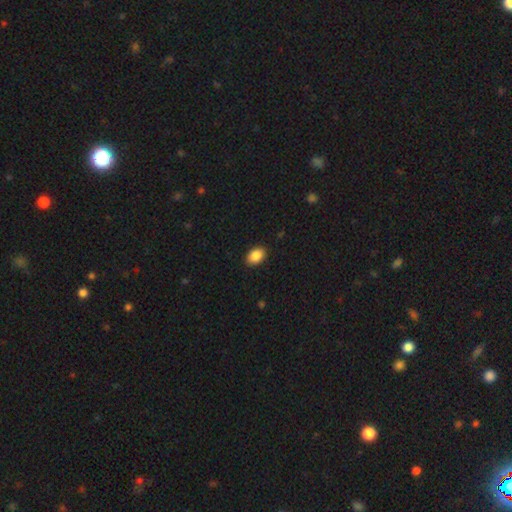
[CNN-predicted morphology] smooth 89%, star or artifact 8%, featured or disk 4%. Down the decision tree: how rounded — in between (85%); merging — none (90%).